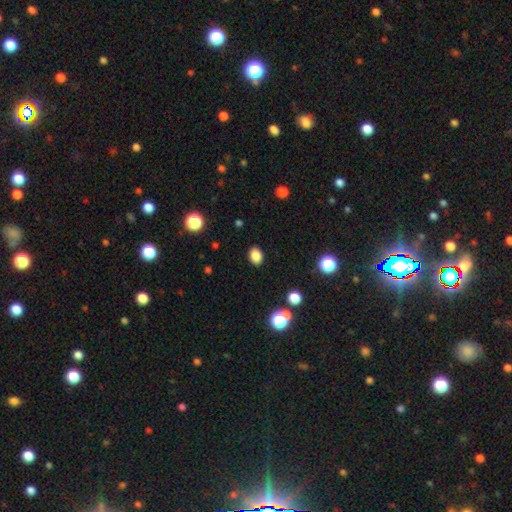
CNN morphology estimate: Overall: smooth (84%). How rounded: in between (73%). Merging: none (89%).